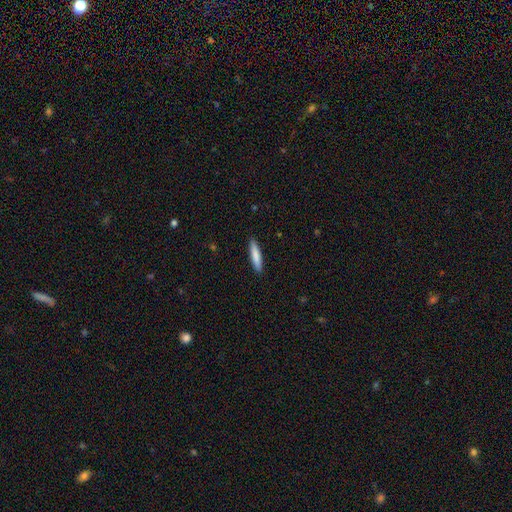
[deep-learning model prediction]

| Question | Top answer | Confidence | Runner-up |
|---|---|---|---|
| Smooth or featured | smooth | 83% | featured or disk (12%) |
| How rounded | cigar-shaped | 88% | in between (11%) |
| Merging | none | 91% | minor disturbance (6%) |